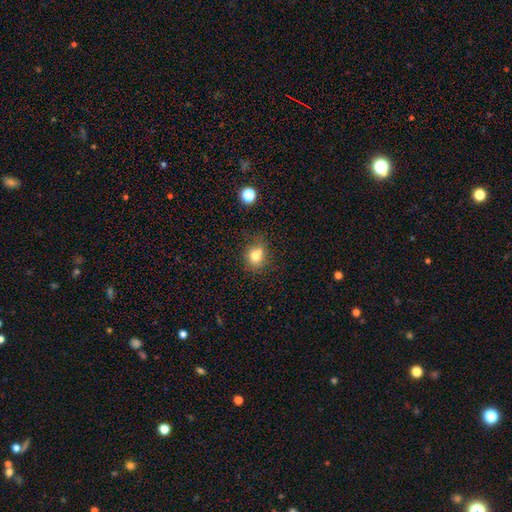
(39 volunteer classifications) Q: Smooth or featured?
A: smooth (69%); runner-up: featured or disk (23%)
Q: How rounded?
A: round (59%); runner-up: in between (41%)
Q: Merging?
A: none (39%); runner-up: merger (36%)